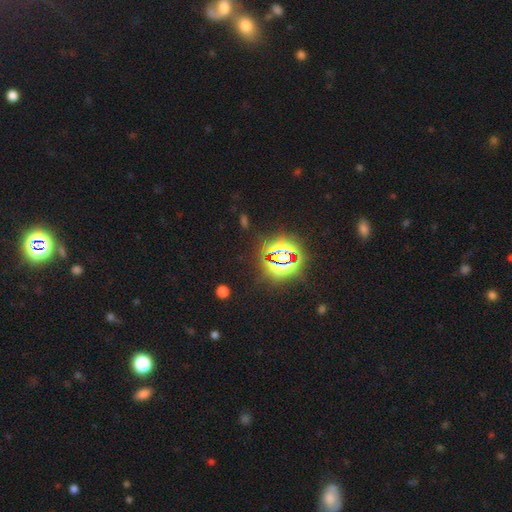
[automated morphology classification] Smooth or featured? Predicted: star or artifact (p=0.82).